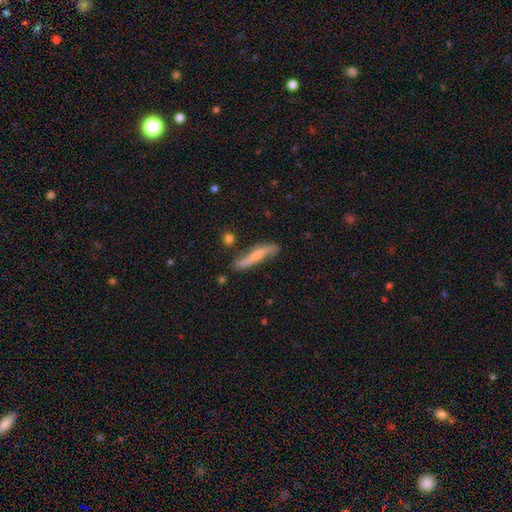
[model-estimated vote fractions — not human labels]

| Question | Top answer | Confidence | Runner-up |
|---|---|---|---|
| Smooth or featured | featured or disk | 52% | smooth (42%) |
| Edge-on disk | yes | 62% | no (38%) |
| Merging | none | 70% | minor disturbance (20%) |